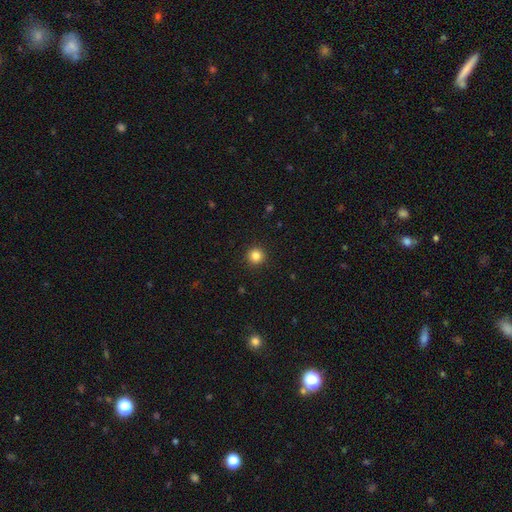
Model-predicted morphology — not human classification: Smooth or featured? Predicted: smooth (p=0.84). How rounded? Predicted: round (p=0.95). Merging? Predicted: none (p=0.93).